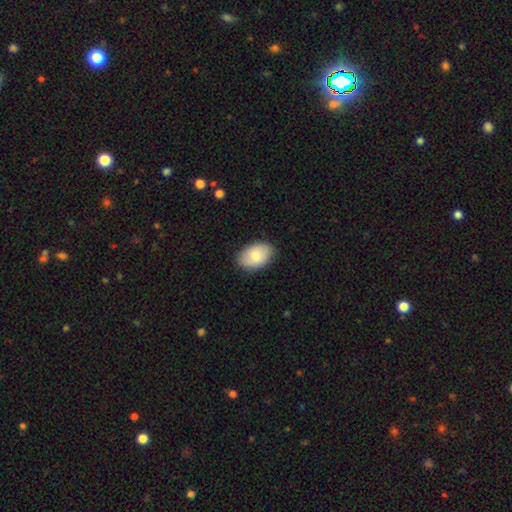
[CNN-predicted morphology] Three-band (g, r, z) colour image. It shows a smooth galaxy with no disk features (79%) that is in between round and cigar-shaped (89%). Merging: none (85%).